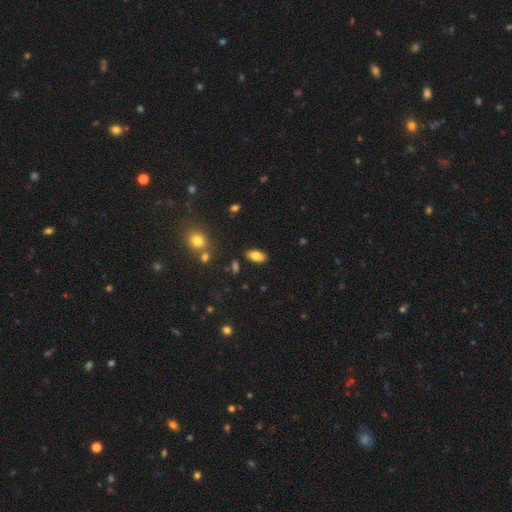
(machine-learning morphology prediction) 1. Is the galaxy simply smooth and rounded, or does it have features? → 77% smooth, 15% featured or disk, 8% star or artifact.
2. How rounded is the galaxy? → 91% in between, 5% cigar-shaped, 4% round.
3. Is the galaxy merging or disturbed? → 85% none, 10% minor disturbance, 3% merger, 2% major disturbance.